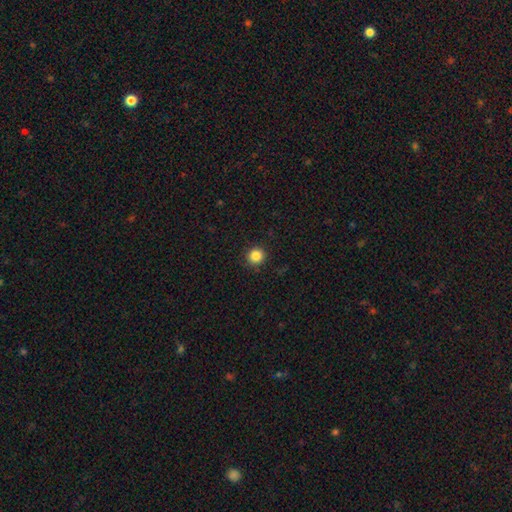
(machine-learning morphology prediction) This appears to be a smooth galaxy with no disk features (85%) that is round (93%). Merging: none (91%).